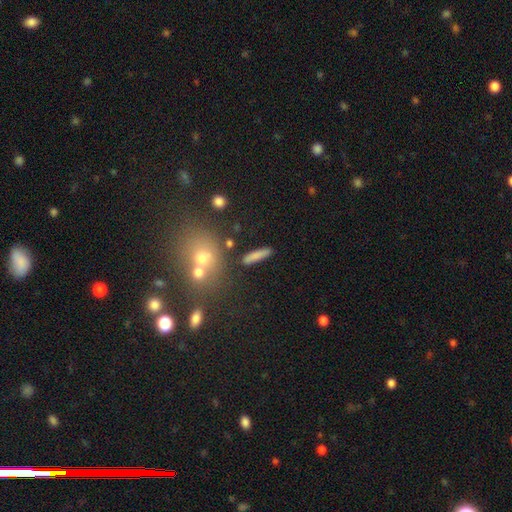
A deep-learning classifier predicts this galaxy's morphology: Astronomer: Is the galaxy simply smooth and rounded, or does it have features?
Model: smooth — 77%.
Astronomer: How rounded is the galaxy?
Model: cigar-shaped — 80%.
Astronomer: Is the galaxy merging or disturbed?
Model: none — 80%.